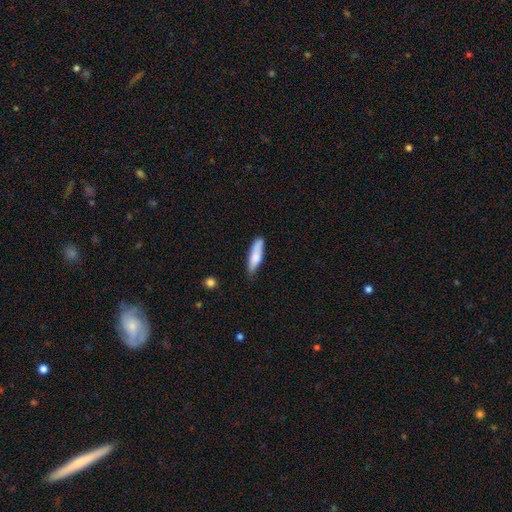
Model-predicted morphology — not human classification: Smooth or featured? Predicted: smooth (p=0.77). How rounded? Predicted: cigar-shaped (p=0.66). Merging? Predicted: none (p=0.71).